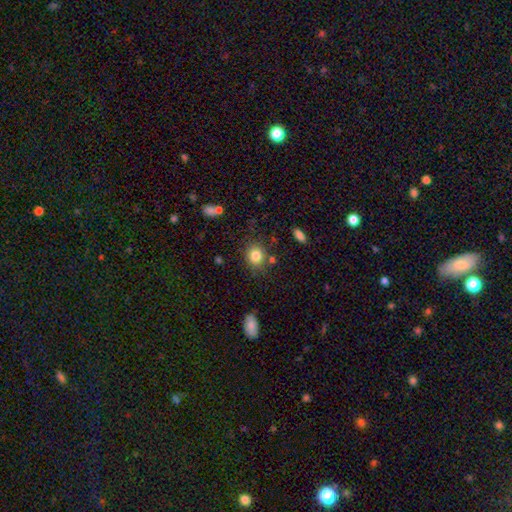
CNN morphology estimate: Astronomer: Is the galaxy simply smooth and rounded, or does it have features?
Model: smooth — 83%.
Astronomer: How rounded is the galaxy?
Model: round — 73%.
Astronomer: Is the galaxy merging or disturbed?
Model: none — 79%.